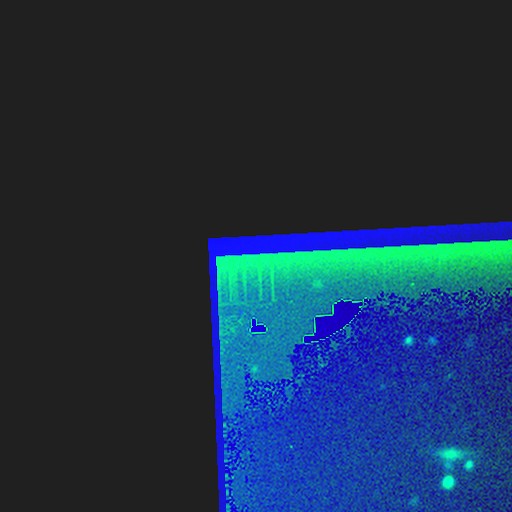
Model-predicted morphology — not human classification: Q: Smooth or featured?
A: star or artifact (87%); runner-up: featured or disk (7%)